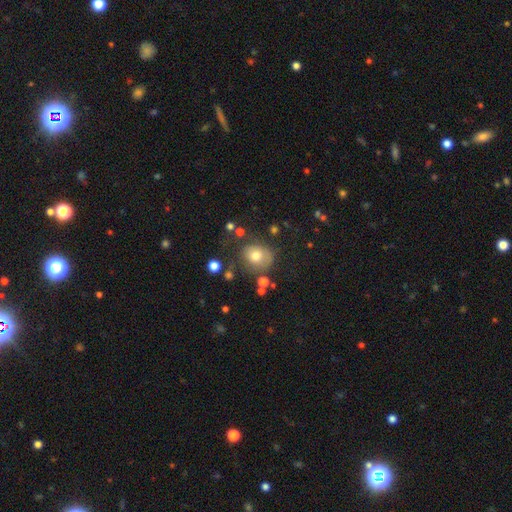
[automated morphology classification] Smooth or featured? Predicted: smooth (p=0.73). How rounded? Predicted: round (p=0.74). Merging? Predicted: none (p=0.63).